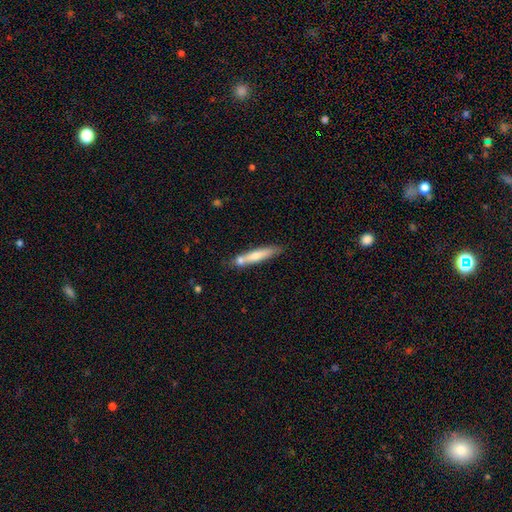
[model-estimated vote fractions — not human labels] This appears to be a smooth galaxy with no disk features (64%) that is cigar-shaped (90%). Merging: none (62%).